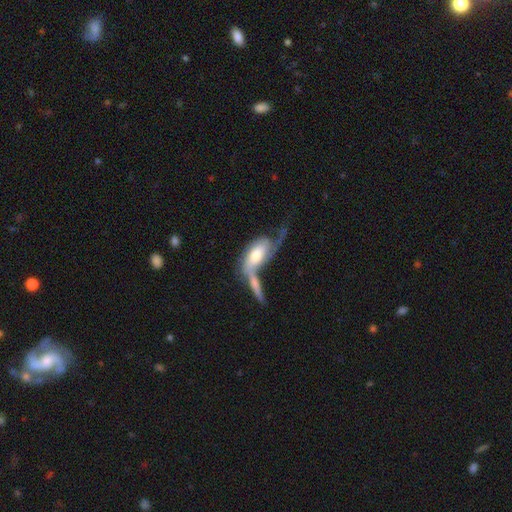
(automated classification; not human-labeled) A featured or disk galaxy (51%). Merging: merger (52%).